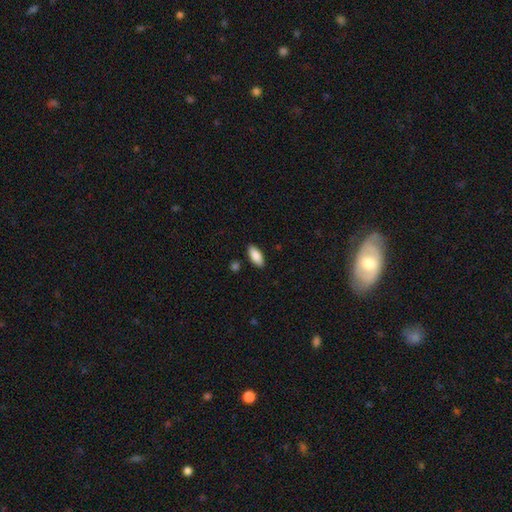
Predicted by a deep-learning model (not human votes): Smooth or featured? Predicted: smooth (p=0.87). How rounded? Predicted: in between (p=0.85). Merging? Predicted: none (p=0.88).